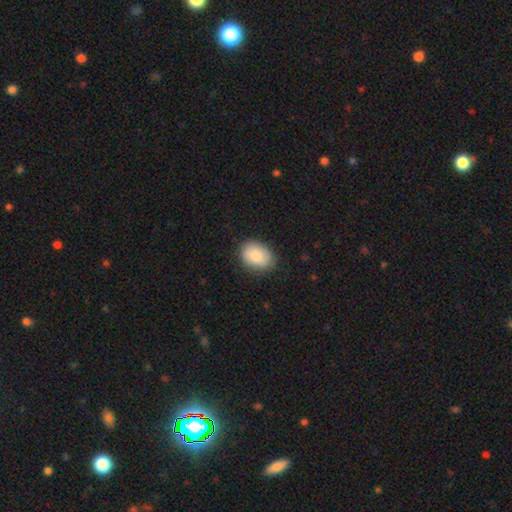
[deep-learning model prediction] The model was most divided on "how rounded": in between: 74%, round: 25%, cigar-shaped: 1%. More confident: merging — none (84%); smooth or featured — smooth (83%).